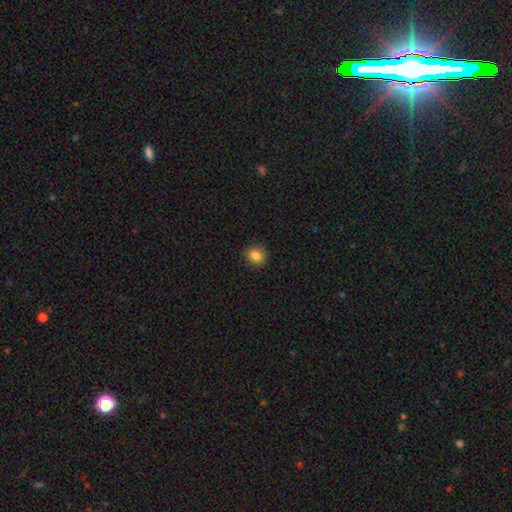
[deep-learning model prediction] This is clearly a smooth galaxy (85%). How rounded: clearly round (82%). Merging: clearly none (90%).